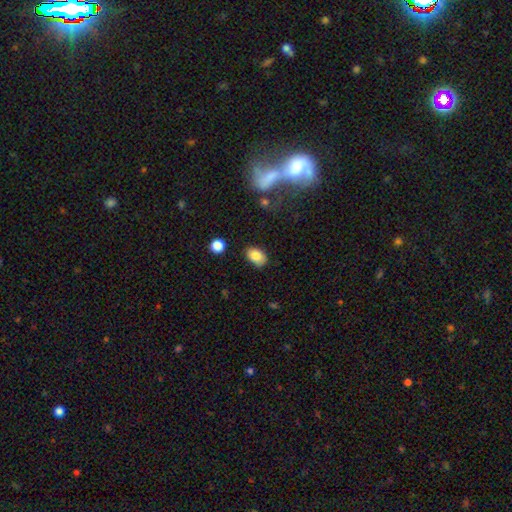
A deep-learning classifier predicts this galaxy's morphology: Smooth or featured?
  - smooth: 83% *
  - star or artifact: 9%
  - featured or disk: 8%
How rounded?
  - in between: 83% *
  - round: 15%
  - cigar-shaped: 1%
Merging?
  - none: 81% *
  - minor disturbance: 14%
  - major disturbance: 3%
  - merger: 2%